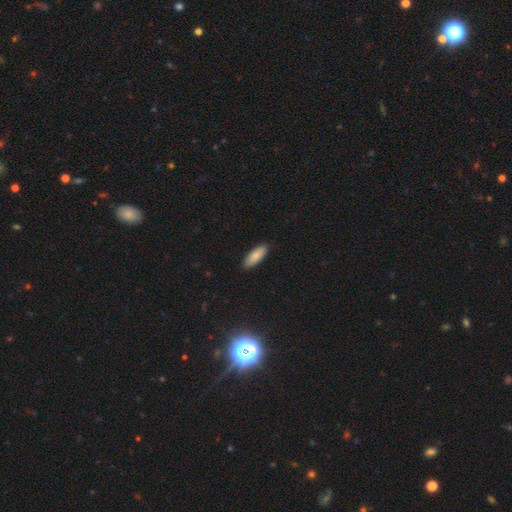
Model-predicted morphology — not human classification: Overall: smooth (86%). How rounded: in between (68%; cigar-shaped 31%). Merging: none (88%).